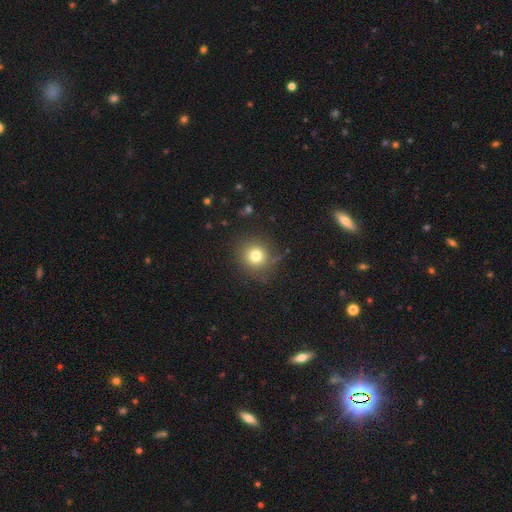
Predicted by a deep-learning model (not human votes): The model was most divided on "smooth or featured": smooth: 77%, star or artifact: 14%, featured or disk: 9%. More confident: how rounded — round (92%); merging — none (85%).